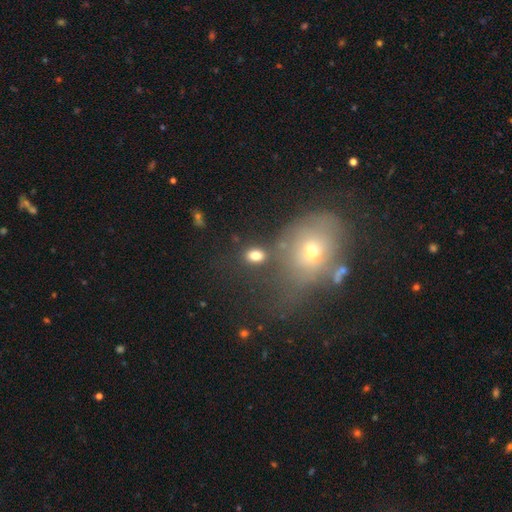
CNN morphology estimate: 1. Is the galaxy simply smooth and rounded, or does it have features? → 79% smooth, 12% star or artifact, 9% featured or disk.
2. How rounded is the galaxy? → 70% in between, 28% round, 2% cigar-shaped.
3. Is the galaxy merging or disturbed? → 74% none, 11% minor disturbance, 9% merger, 5% major disturbance.